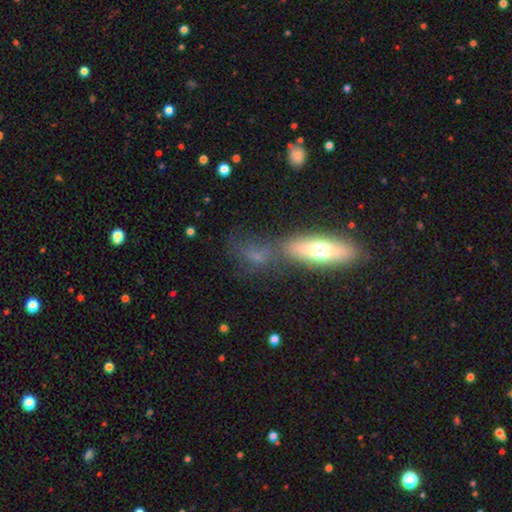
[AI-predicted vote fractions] Morphology: type=smooth (54%); roundness=in between (59%); merging=none (44%).